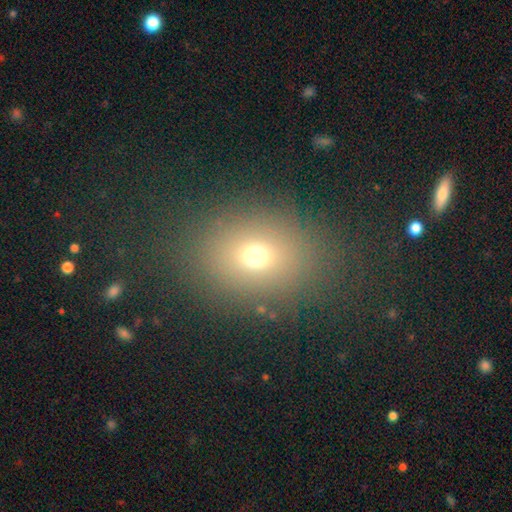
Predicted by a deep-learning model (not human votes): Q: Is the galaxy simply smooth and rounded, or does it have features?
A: smooth — 69%.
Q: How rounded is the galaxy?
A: round — 53%.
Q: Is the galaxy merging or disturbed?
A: none — 81%.